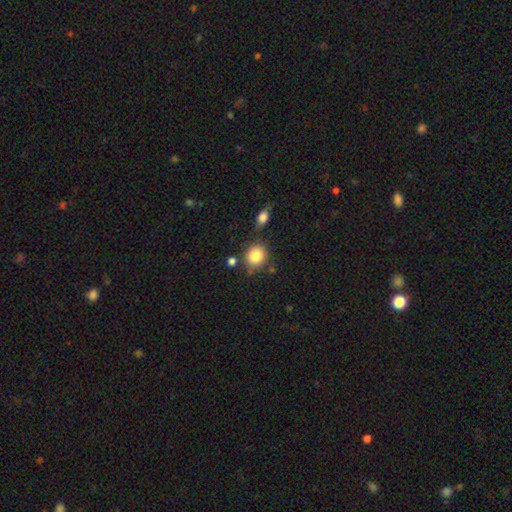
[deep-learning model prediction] Q: Smooth or featured?
A: smooth (84%); runner-up: star or artifact (9%)
Q: How rounded?
A: round (79%); runner-up: in between (20%)
Q: Merging?
A: none (74%); runner-up: minor disturbance (13%)